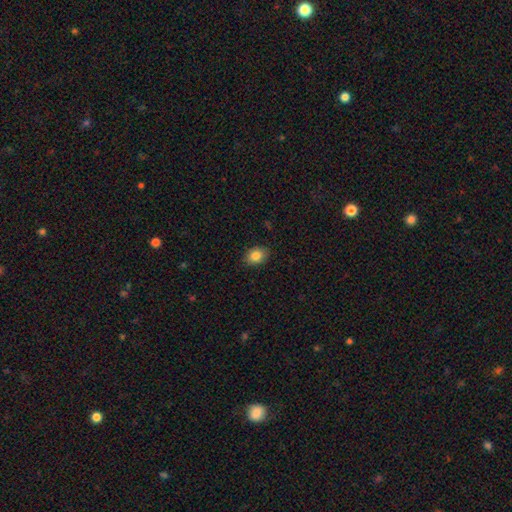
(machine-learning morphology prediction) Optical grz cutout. It shows a smooth galaxy with no disk features (85%) that is in between round and cigar-shaped (68%). Merging: none (87%).